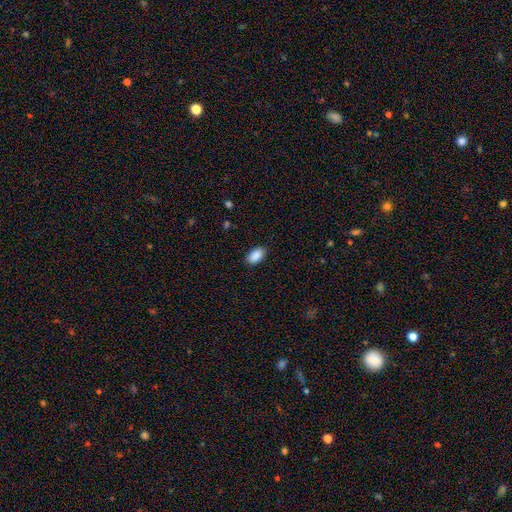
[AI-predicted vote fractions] Smooth or featured? Predicted: smooth (p=0.90). How rounded? Predicted: in between (p=0.93). Merging? Predicted: none (p=0.88).